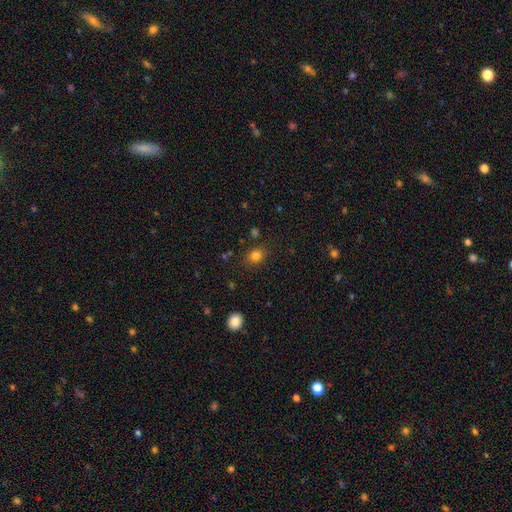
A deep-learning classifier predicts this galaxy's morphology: A smooth galaxy with no disk features (81%) that is round (57%).

Vote fractions:
- Smooth or featured? smooth: 81% / star or artifact: 13% / featured or disk: 6%
- How rounded? round: 57% / in between: 42% / cigar-shaped: 1%
- Merging? none: 82% / minor disturbance: 12% / major disturbance: 4% / merger: 3%